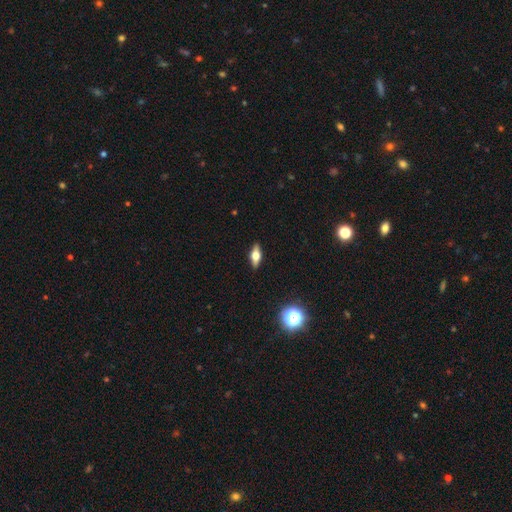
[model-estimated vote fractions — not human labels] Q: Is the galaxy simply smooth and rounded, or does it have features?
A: featured or disk — 51%.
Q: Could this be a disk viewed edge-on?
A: yes — 91%.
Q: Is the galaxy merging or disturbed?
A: none — 89%.